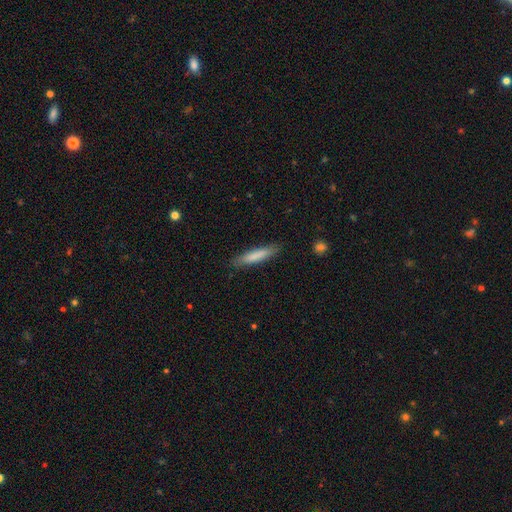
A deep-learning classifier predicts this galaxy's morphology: smooth_or_featured: smooth (p=0.81) [alt: featured or disk p=0.13]
how_rounded: cigar-shaped (p=0.85) [alt: in between p=0.14]
merging: none (p=0.86) [alt: minor disturbance p=0.10]